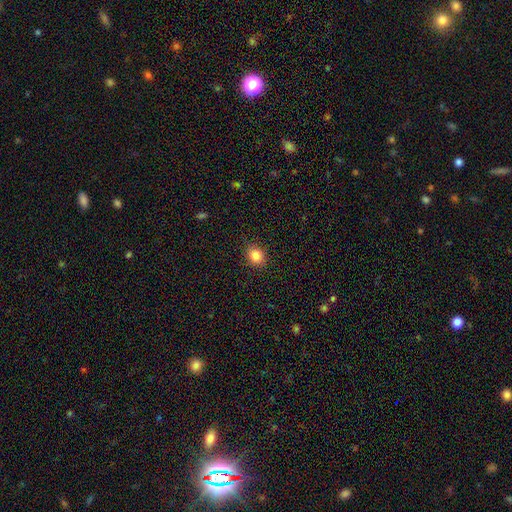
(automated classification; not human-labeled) Smooth or featured: smooth — 85% (star or artifact — 10%)
How rounded: round — 69% (in between — 30%)
Merging: none — 87% (minor disturbance — 10%)